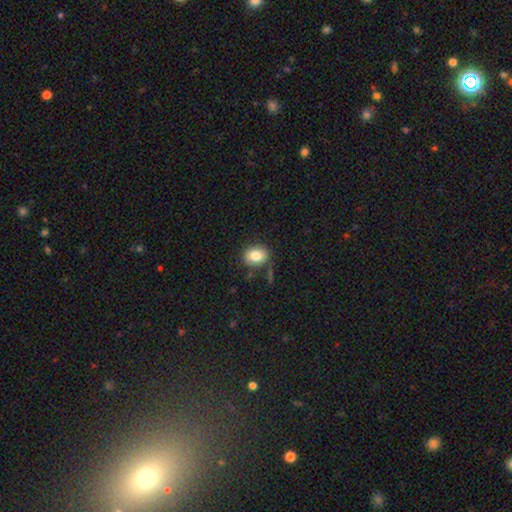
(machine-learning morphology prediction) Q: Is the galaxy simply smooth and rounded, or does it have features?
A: smooth — 83%.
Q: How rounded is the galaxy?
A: in between — 54%.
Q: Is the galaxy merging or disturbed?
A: none — 79%.